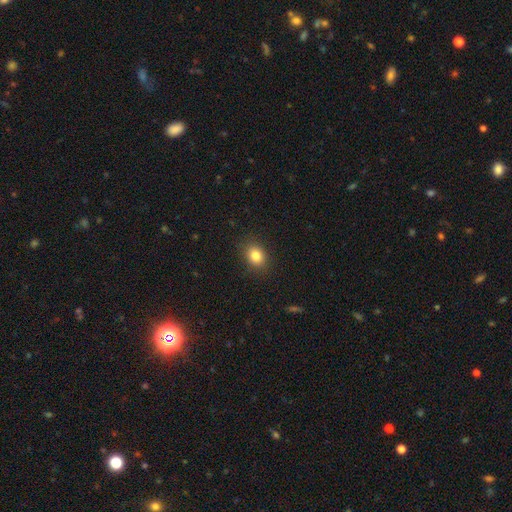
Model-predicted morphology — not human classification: smooth_or_featured: smooth (p=0.84) [alt: star or artifact p=0.10]
how_rounded: in between (p=0.51) [alt: round p=0.48]
merging: none (p=0.88) [alt: minor disturbance p=0.09]